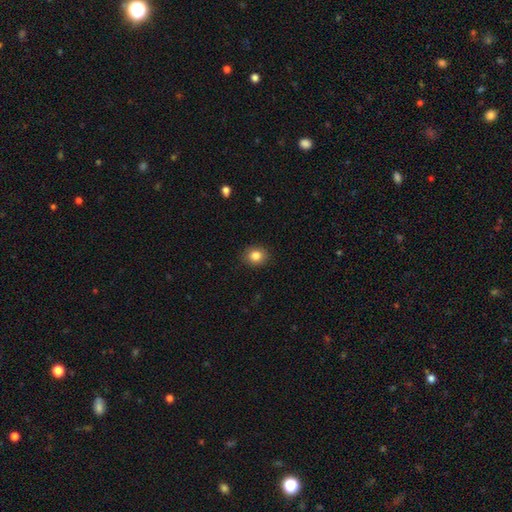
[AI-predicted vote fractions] smooth 84%, star or artifact 10%, featured or disk 6%. Down the decision tree: how rounded — round (68%); merging — none (89%).